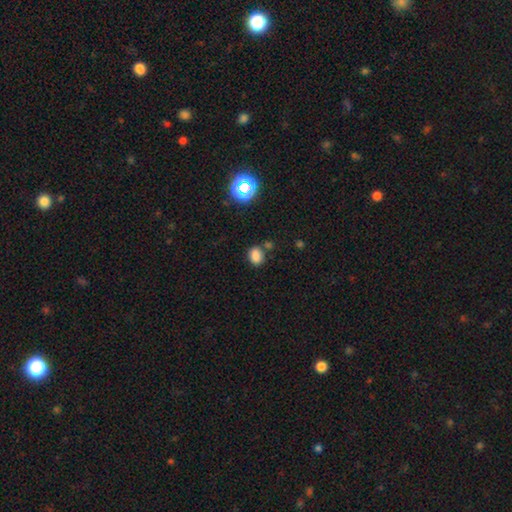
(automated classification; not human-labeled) smooth 80%, star or artifact 15%, featured or disk 5%. Down the decision tree: how rounded — in between (62%); merging — none (70%).